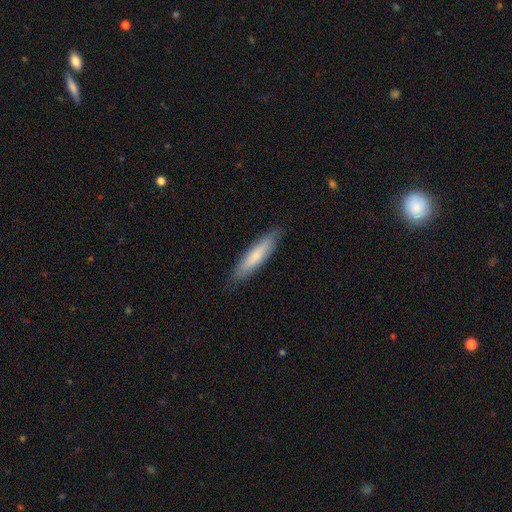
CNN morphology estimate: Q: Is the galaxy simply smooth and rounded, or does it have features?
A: smooth — 74%.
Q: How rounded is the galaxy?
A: cigar-shaped — 83%.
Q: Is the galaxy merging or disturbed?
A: none — 86%.